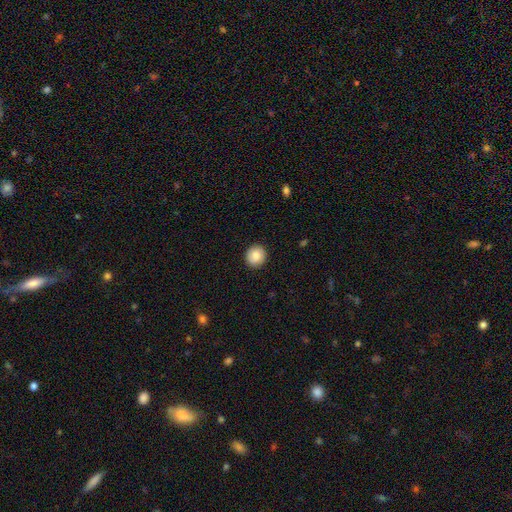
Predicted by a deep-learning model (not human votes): Smooth or featured?
  - smooth: 85% *
  - star or artifact: 8%
  - featured or disk: 7%
How rounded?
  - round: 88% *
  - in between: 11%
  - cigar-shaped: 1%
Merging?
  - none: 91% *
  - minor disturbance: 6%
  - major disturbance: 2%
  - merger: 1%